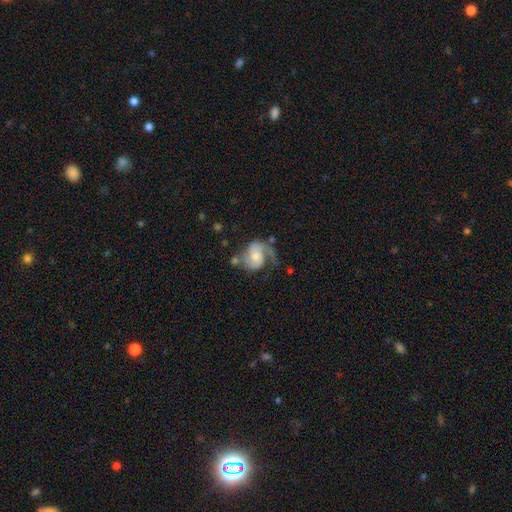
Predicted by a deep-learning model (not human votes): featured or disk 74%, smooth 19%, star or artifact 6%. Down the decision tree: edge-on disk — no (98%); bar — no (63%); spiral arms — yes (93%); spiral arm count — 2 (60%); spiral winding — medium (44%); bulge size — moderate (41%); merging — none (42%).